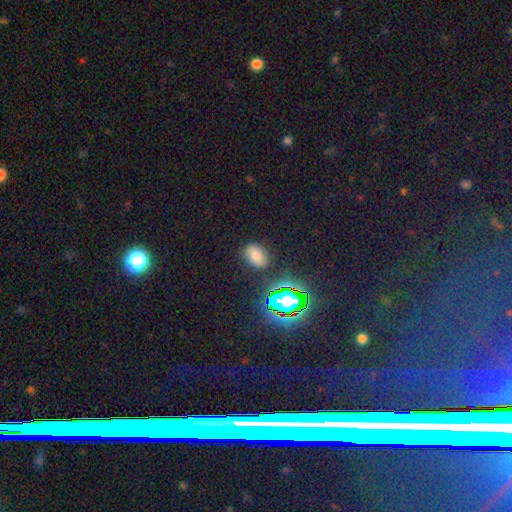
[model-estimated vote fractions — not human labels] smooth 68%, star or artifact 22%, featured or disk 10%. Down the decision tree: how rounded — in between (78%); merging — none (83%).